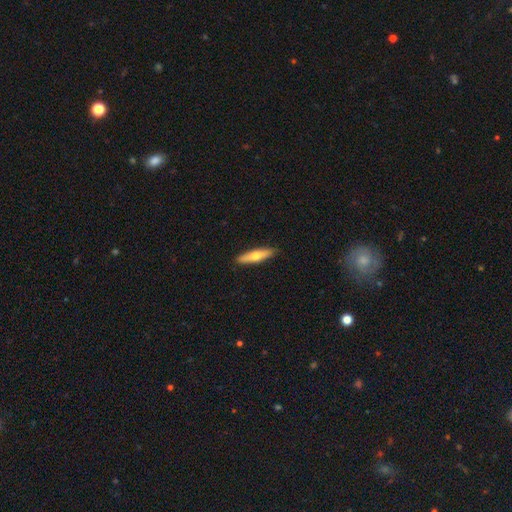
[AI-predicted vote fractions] Smooth or featured: smooth — 54% (featured or disk — 40%)
How rounded: cigar-shaped — 78% (in between — 20%)
Merging: none — 90% (minor disturbance — 7%)